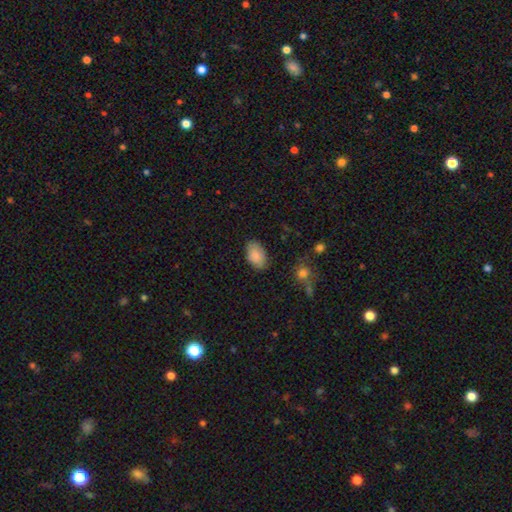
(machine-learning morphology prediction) Smooth or featured? Predicted: smooth (p=0.86). How rounded? Predicted: in between (p=0.92). Merging? Predicted: none (p=0.81).